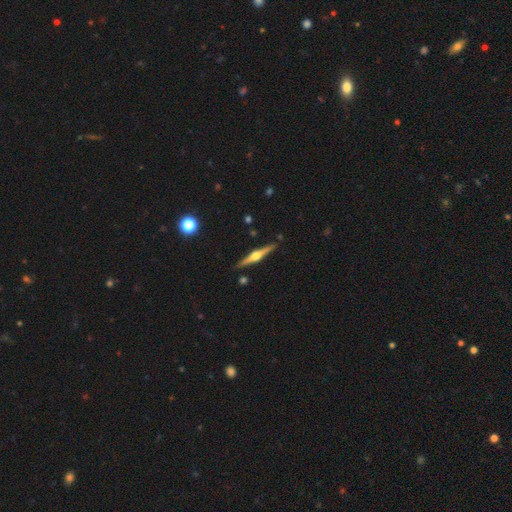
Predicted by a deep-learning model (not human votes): Morphology: type=featured or disk (81%); edge-on=yes (98%); edge-on bulge=rounded (94%); merging=none (90%).